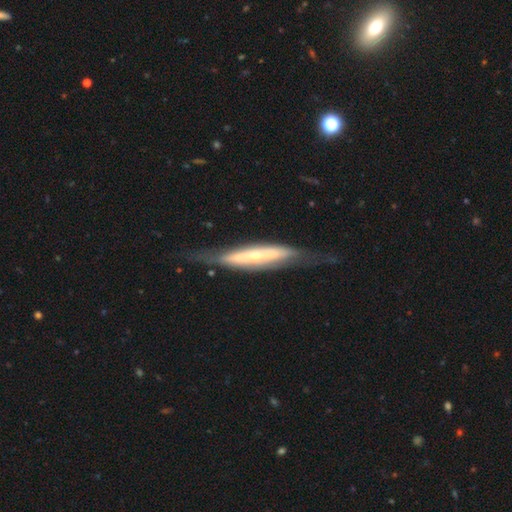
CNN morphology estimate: This appears to be a featured or disk galaxy (68%) viewed edge-on (72%). Merging: none (65%).